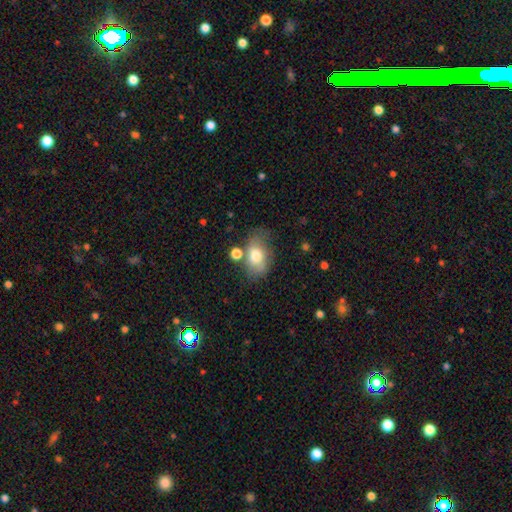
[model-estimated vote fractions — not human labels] Morphology: type=smooth (71%); roundness=in between (82%); merging=none (55%).